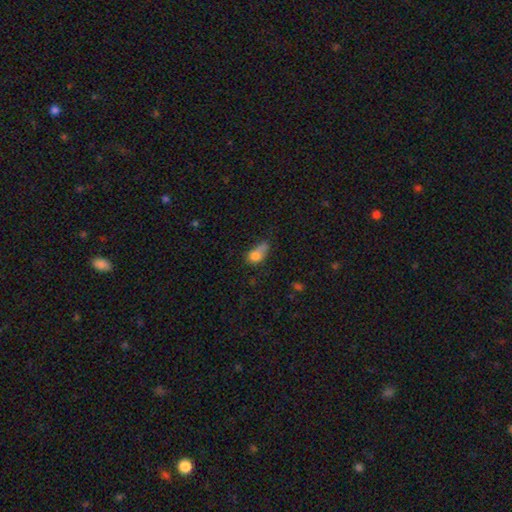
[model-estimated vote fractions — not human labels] smooth 77%, featured or disk 12%, star or artifact 11%. Down the decision tree: how rounded — in between (67%); merging — minor disturbance (28%).